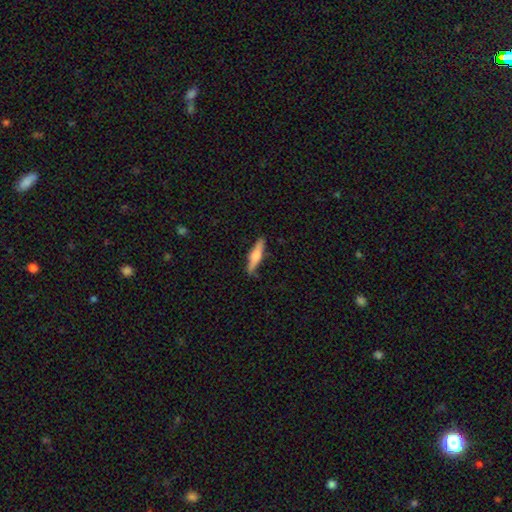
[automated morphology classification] Smooth or featured? Predicted: featured or disk (p=0.49). Merging? Predicted: none (p=0.88).